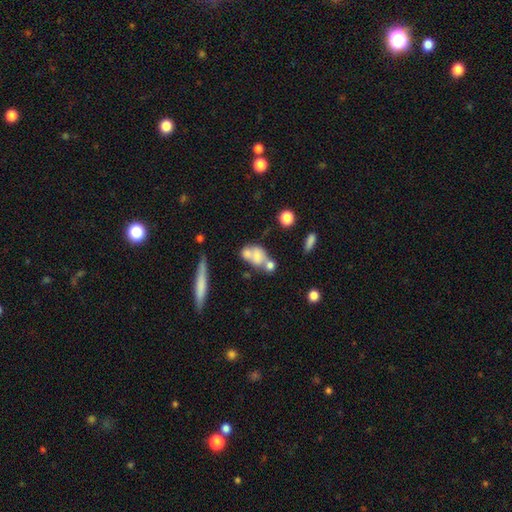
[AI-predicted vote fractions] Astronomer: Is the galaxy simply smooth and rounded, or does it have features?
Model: smooth — 57% (runner-up: featured or disk, 33%).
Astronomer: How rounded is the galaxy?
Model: in between — 70%.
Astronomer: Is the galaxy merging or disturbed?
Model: merger — 52% (runner-up: none, 27%).